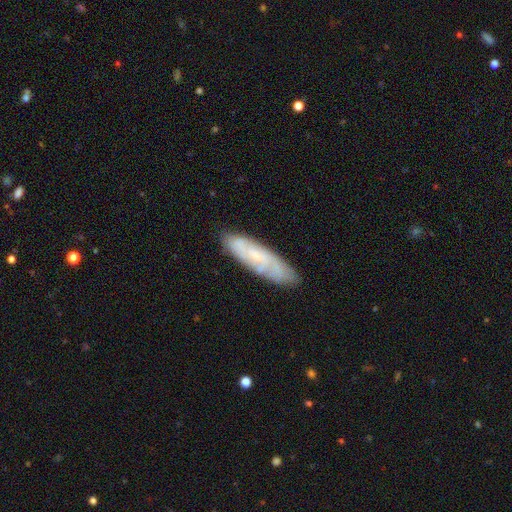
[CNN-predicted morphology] Smooth or featured? featured or disk (55%)
Edge-on disk? no (75%)
Merging? none (80%)